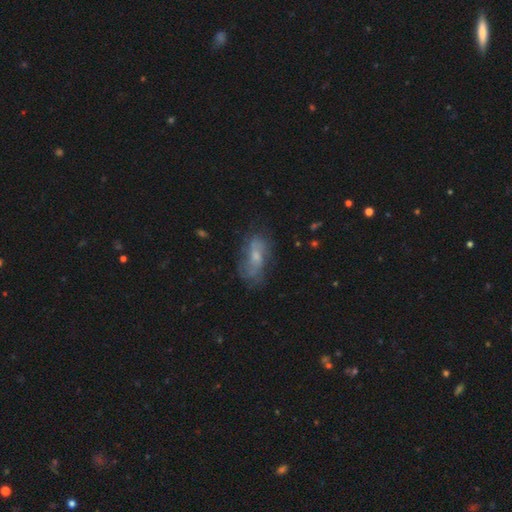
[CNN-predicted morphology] smooth_or_featured: featured or disk (p=0.54) [alt: smooth p=0.36]
disk_edge_on: no (p=0.91) [alt: yes p=0.09]
merging: none (p=0.58) [alt: minor disturbance p=0.24]